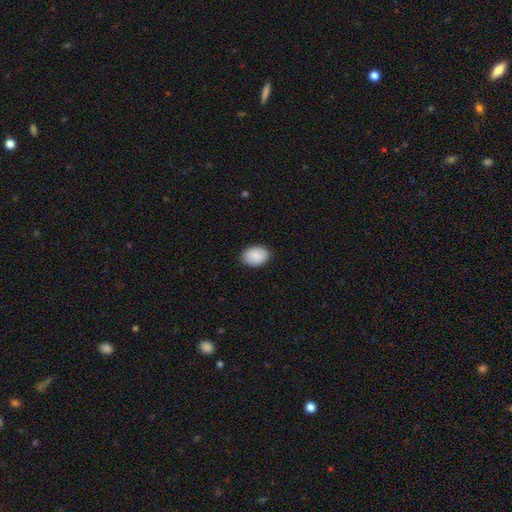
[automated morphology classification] smooth-or-featured: smooth: 89% | star or artifact: 6% | featured or disk: 5%
  how-rounded: in between: 78% | round: 21% | cigar-shaped: 1%
  merging: none: 88% | minor disturbance: 9% | major disturbance: 2% | merger: 1%